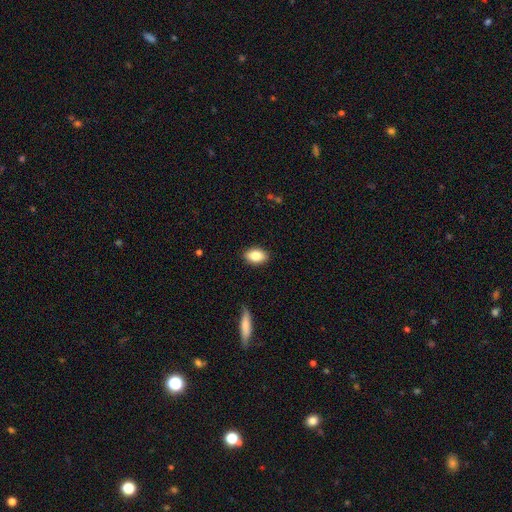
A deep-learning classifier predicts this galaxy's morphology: Smooth or featured?
  - smooth: 85% *
  - featured or disk: 8%
  - star or artifact: 7%
How rounded?
  - in between: 89% *
  - round: 10%
  - cigar-shaped: 2%
Merging?
  - none: 88% *
  - minor disturbance: 9%
  - major disturbance: 2%
  - merger: 1%